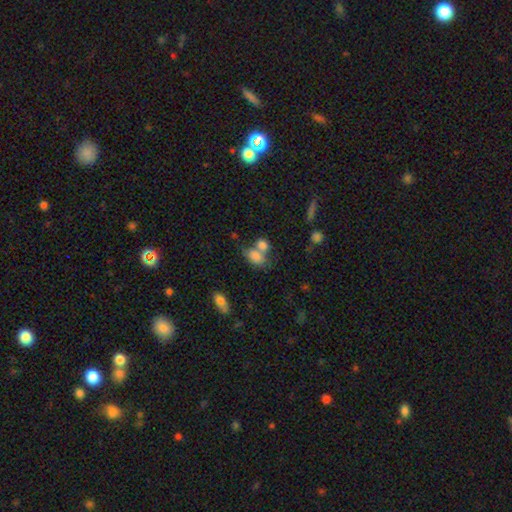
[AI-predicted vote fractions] Smooth or featured? smooth (79%)
How rounded? in between (79%)
Merging? merger (53%)